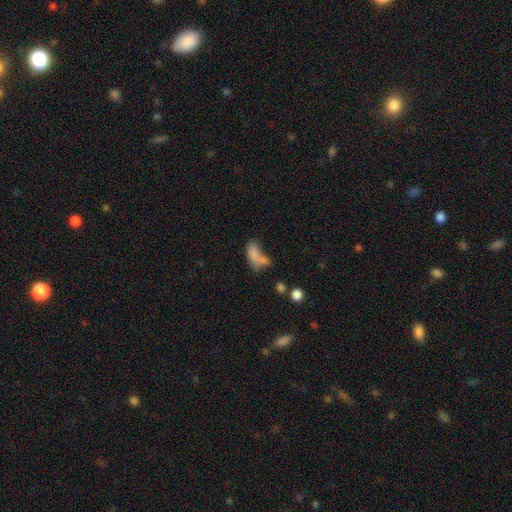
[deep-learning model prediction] Overall: smooth (73%). How rounded: in between (84%). Merging: merger (32%; none 26%).